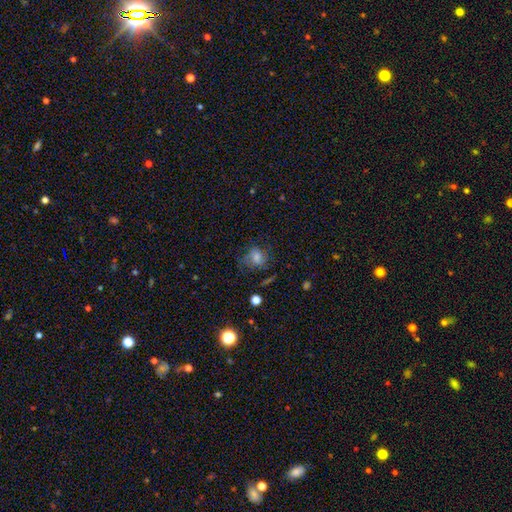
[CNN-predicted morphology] The model was most divided on "smooth or featured": smooth: 40%, featured or disk: 35%, star or artifact: 24%. More confident: merging — none (59%).